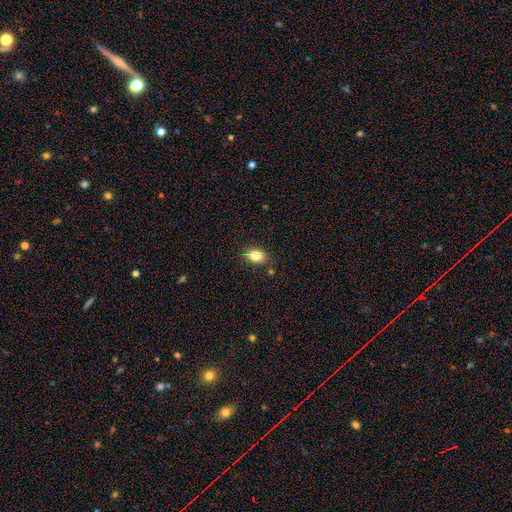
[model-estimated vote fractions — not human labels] This appears to be a smooth galaxy with no disk features (81%) that is in between round and cigar-shaped (75%). Merging: none (83%).